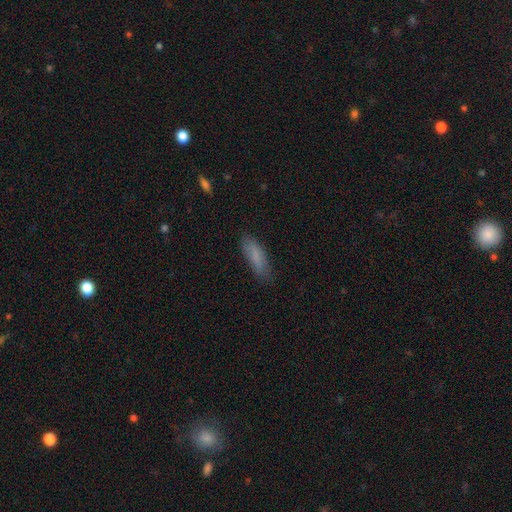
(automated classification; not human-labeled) A smooth galaxy with no disk features (81%) that is cigar-shaped (54%).

Vote fractions:
- Smooth or featured? smooth: 81% / featured or disk: 12% / star or artifact: 7%
- How rounded? cigar-shaped: 54% / in between: 44% / round: 2%
- Merging? none: 77% / minor disturbance: 18% / major disturbance: 4% / merger: 1%